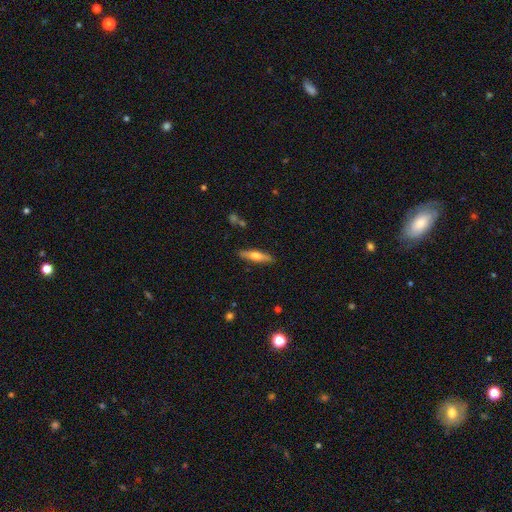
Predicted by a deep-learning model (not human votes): smooth_or_featured: smooth (p=0.52) [alt: featured or disk p=0.42]
how_rounded: cigar-shaped (p=0.76) [alt: in between p=0.22]
merging: none (p=0.87) [alt: minor disturbance p=0.09]